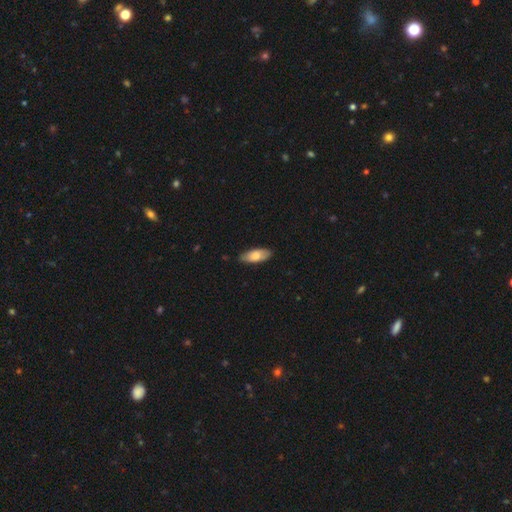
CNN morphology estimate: Smooth or featured: smooth — 77% (featured or disk — 18%)
How rounded: in between — 81% (cigar-shaped — 17%)
Merging: none — 84% (minor disturbance — 13%)